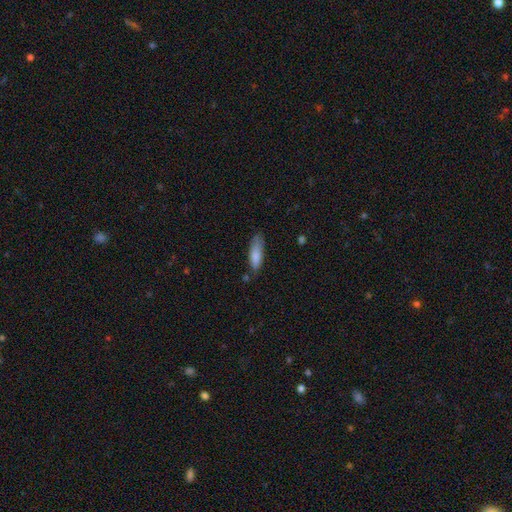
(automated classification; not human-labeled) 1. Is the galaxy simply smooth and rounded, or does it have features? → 84% smooth, 10% featured or disk, 6% star or artifact.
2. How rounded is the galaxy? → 51% cigar-shaped, 48% in between, 2% round.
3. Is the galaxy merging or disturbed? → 66% none, 26% minor disturbance, 5% major disturbance, 3% merger.